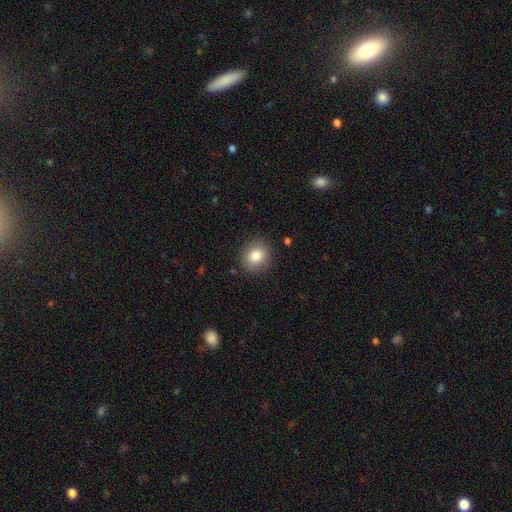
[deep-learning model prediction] Smooth or featured?
  - smooth: 81% *
  - star or artifact: 10%
  - featured or disk: 9%
How rounded?
  - round: 84% *
  - in between: 15%
  - cigar-shaped: 1%
Merging?
  - none: 88% *
  - minor disturbance: 8%
  - major disturbance: 2%
  - merger: 1%